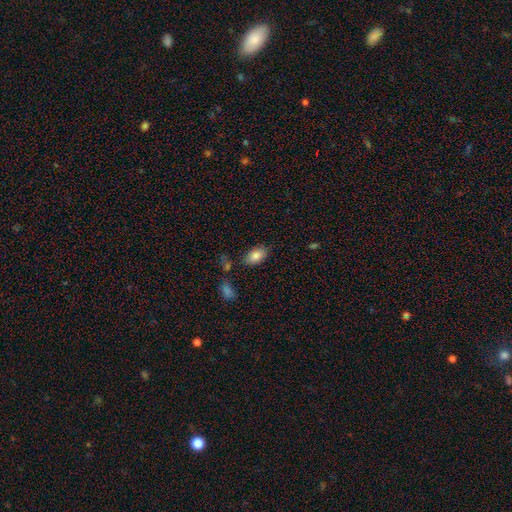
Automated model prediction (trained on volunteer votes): This is clearly a smooth galaxy (84%). How rounded: clearly in between (90%). Merging: likely none (77%).